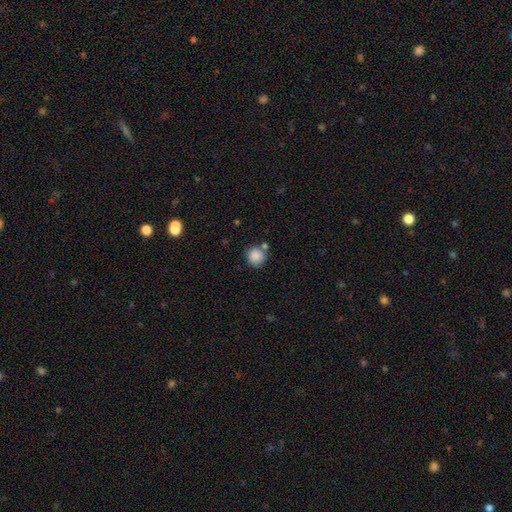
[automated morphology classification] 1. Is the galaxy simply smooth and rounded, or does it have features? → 87% smooth, 9% star or artifact, 5% featured or disk.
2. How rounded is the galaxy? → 88% round, 11% in between, 1% cigar-shaped.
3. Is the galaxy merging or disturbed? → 69% none, 14% merger, 13% minor disturbance, 4% major disturbance.